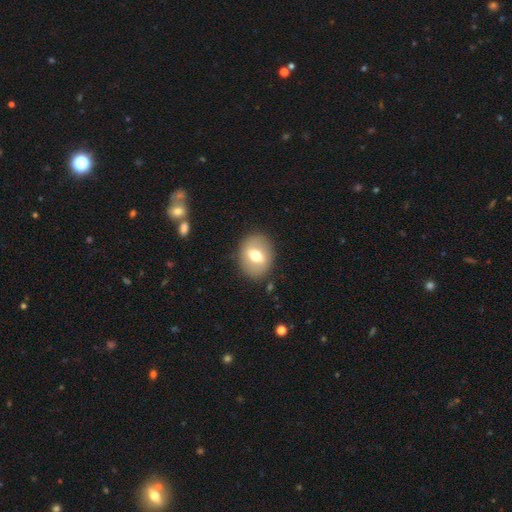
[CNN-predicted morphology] Q: Smooth or featured?
A: smooth (59%); runner-up: featured or disk (33%)
Q: How rounded?
A: in between (49%); tied with: round (49%)
Q: Merging?
A: none (86%); runner-up: minor disturbance (9%)